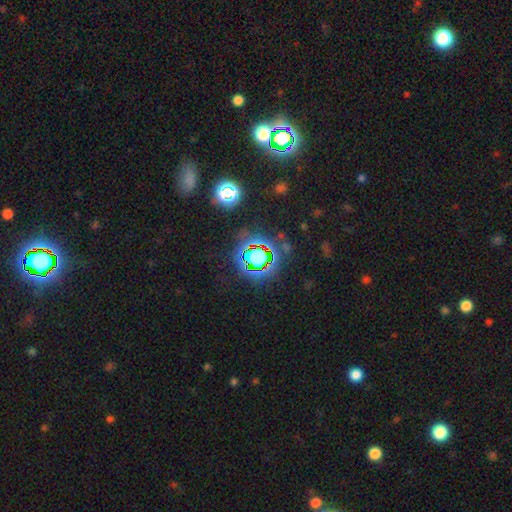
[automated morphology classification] The model was most divided on "smooth or featured": star or artifact: 78%, smooth: 14%, featured or disk: 8%.